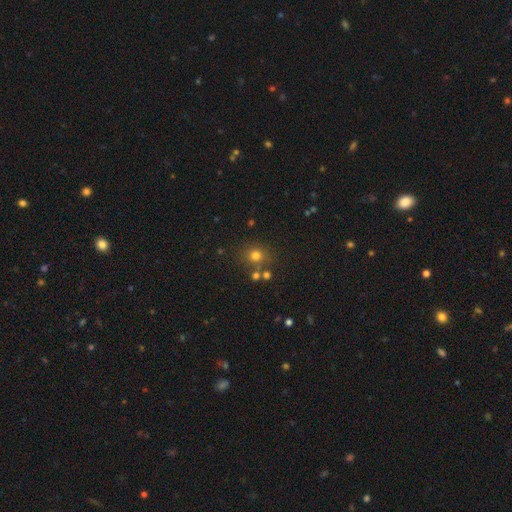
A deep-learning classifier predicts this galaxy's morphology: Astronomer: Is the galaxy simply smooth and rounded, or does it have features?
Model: smooth — 72%.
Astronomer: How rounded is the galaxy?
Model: round — 83%.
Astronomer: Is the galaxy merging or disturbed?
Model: none — 73%.